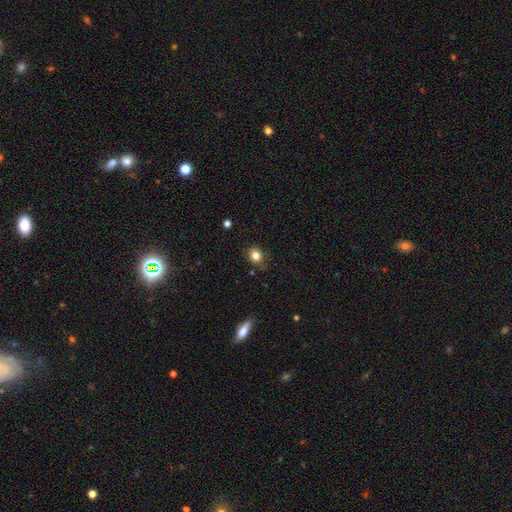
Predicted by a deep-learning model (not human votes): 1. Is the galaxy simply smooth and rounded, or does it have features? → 81% smooth, 12% star or artifact, 8% featured or disk.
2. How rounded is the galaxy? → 68% round, 30% in between, 1% cigar-shaped.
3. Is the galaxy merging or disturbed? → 72% none, 21% minor disturbance, 5% major disturbance, 2% merger.